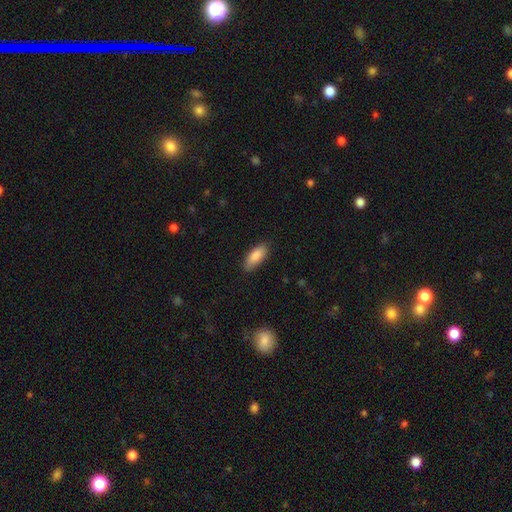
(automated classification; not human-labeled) smooth_or_featured: smooth (p=0.87) [alt: featured or disk p=0.07]
how_rounded: in between (p=0.77) [alt: cigar-shaped p=0.21]
merging: none (p=0.84) [alt: minor disturbance p=0.12]